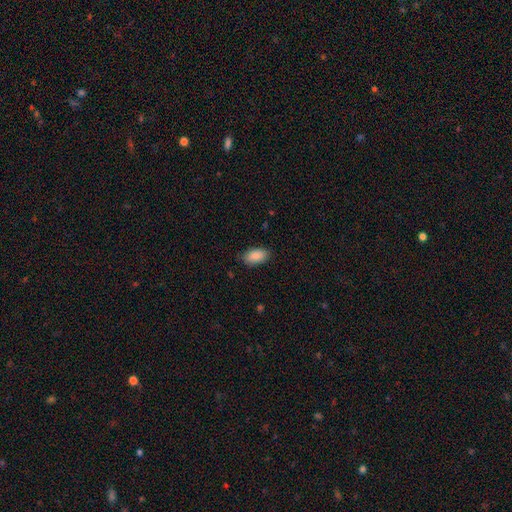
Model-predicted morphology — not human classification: Smooth or featured: smooth — 89% (star or artifact — 7%)
How rounded: in between — 94% (cigar-shaped — 3%)
Merging: none — 85% (minor disturbance — 11%)